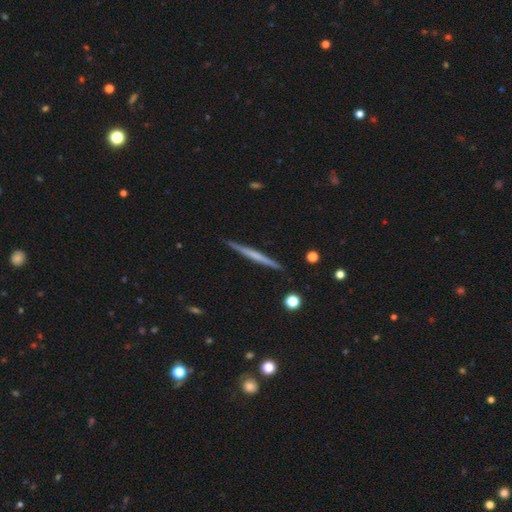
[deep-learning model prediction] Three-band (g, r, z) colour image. It shows a featured or disk galaxy (57%) viewed edge-on (98%) with no central bulge (80%). Merging: none (91%).